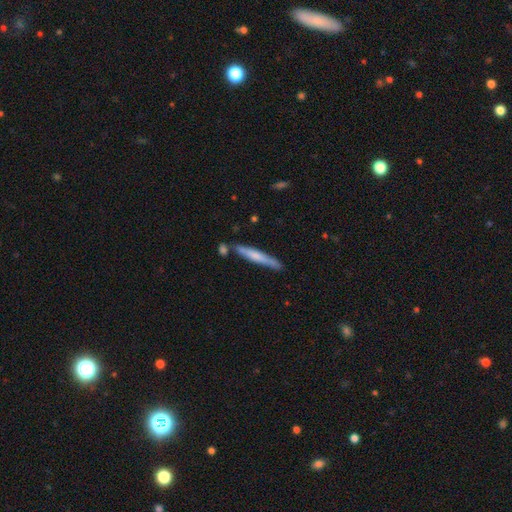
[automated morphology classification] A smooth galaxy with no disk features (54%) that is cigar-shaped (94%).

Vote fractions:
- Smooth or featured? smooth: 54% / featured or disk: 40% / star or artifact: 5%
- How rounded? cigar-shaped: 94% / in between: 4% / round: 1%
- Merging? none: 72% / minor disturbance: 15% / merger: 10% / major disturbance: 3%